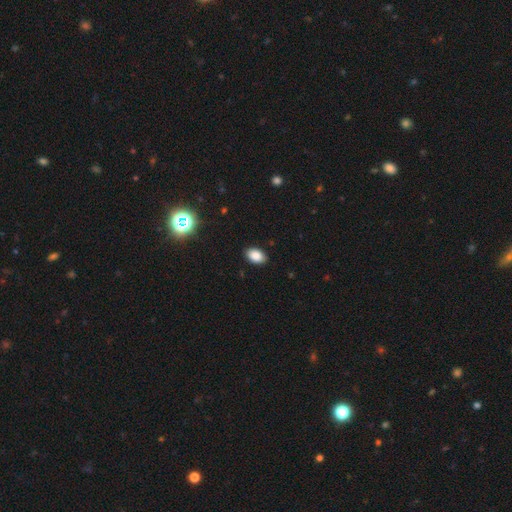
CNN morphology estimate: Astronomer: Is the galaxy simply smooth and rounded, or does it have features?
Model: smooth — 87%.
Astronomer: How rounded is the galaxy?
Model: in between — 90%.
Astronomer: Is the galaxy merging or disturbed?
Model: none — 89%.